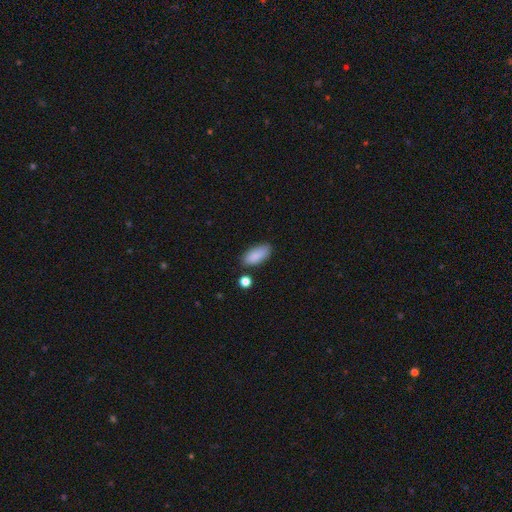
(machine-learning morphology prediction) type=smooth (87%); roundness=in between (86%); merging=none (77%).